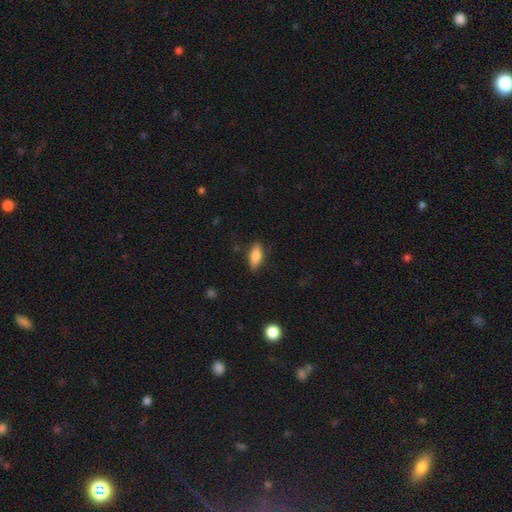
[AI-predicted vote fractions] smooth-or-featured: smooth: 80% | featured or disk: 13% | star or artifact: 7%
  how-rounded: in between: 75% | cigar-shaped: 22% | round: 3%
  merging: none: 82% | minor disturbance: 13% | major disturbance: 3% | merger: 1%